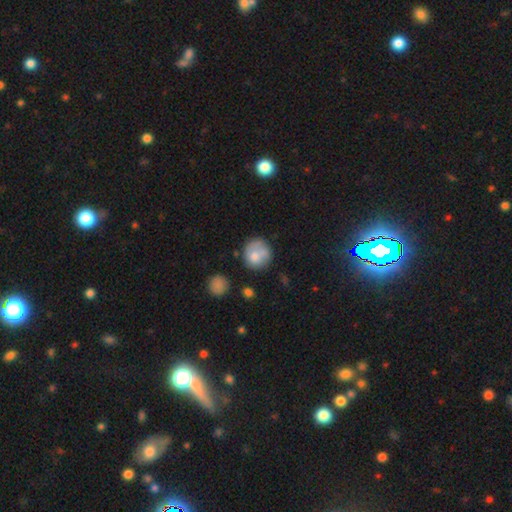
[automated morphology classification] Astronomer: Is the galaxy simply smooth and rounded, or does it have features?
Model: smooth — 71%.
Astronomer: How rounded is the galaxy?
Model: round — 86%.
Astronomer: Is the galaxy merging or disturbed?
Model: none — 57%.